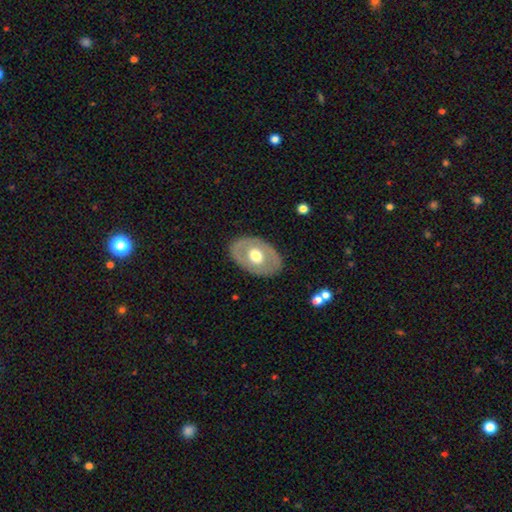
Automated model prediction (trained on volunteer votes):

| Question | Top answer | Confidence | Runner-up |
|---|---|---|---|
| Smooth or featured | featured or disk | 51% | smooth (44%) |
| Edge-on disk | no | 90% | yes (10%) |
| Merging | none | 84% | minor disturbance (11%) |